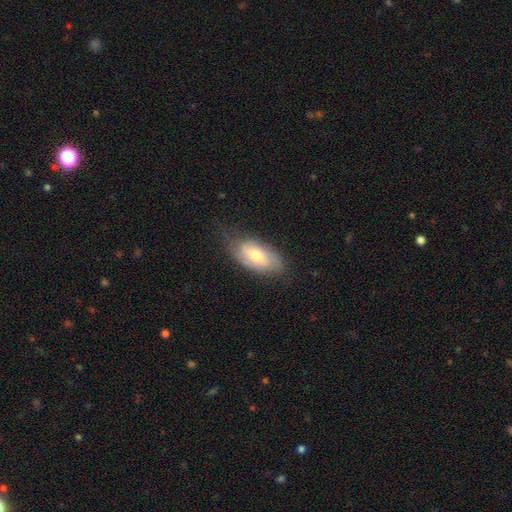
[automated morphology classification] Smooth or featured: smooth — 63% (featured or disk — 31%)
How rounded: in between — 91% (cigar-shaped — 5%)
Merging: none — 68% (minor disturbance — 24%)